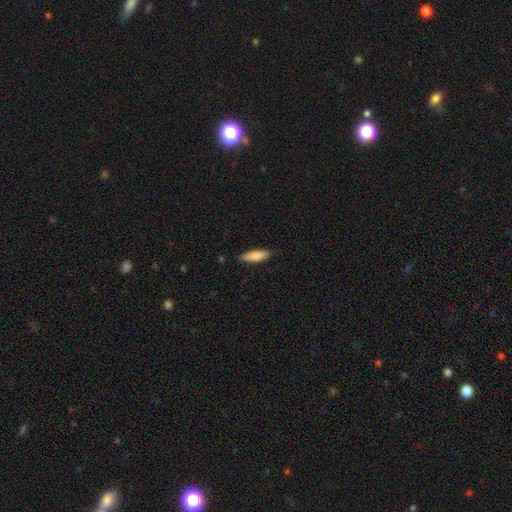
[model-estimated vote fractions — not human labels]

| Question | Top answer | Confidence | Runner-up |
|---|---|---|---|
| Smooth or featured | smooth | 82% | featured or disk (13%) |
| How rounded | cigar-shaped | 57% | in between (41%) |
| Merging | none | 87% | minor disturbance (10%) |